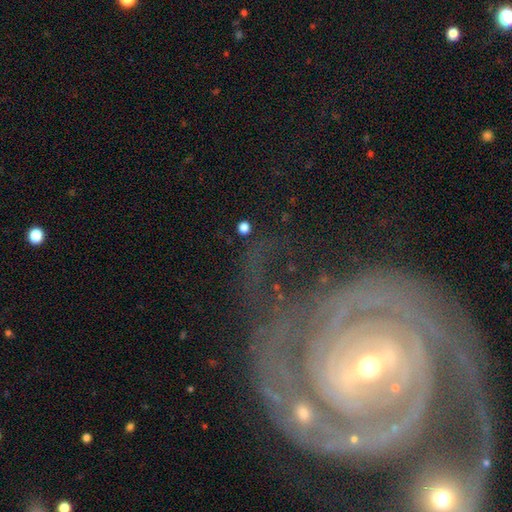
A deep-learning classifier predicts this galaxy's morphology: type=featured or disk (85%); edge-on=no (96%); bar=strong (39%); spiral arms=yes (93%); winding=tight (75%); arm count=2 (35%); bulge=small (59%); merging=none (61%).